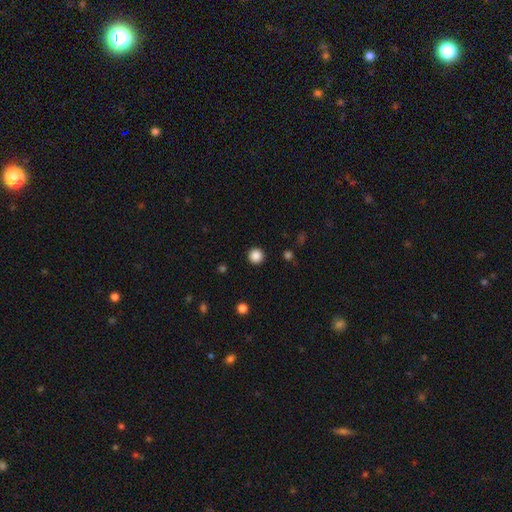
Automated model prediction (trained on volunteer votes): Smooth or featured? smooth (86%)
How rounded? round (96%)
Merging? none (93%)